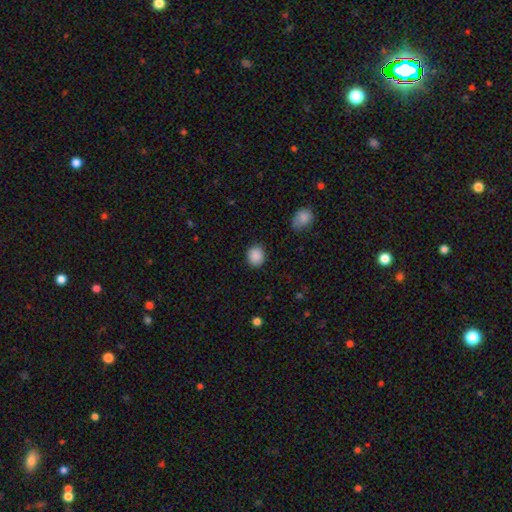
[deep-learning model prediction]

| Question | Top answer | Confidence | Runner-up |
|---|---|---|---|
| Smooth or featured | smooth | 89% | star or artifact (8%) |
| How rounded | round | 74% | in between (25%) |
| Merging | none | 88% | minor disturbance (8%) |